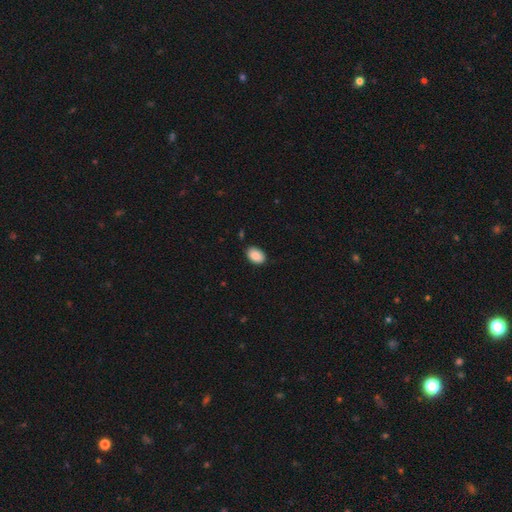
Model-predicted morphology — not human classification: smooth-or-featured: smooth: 90% | star or artifact: 7% | featured or disk: 3%
  how-rounded: in between: 89% | round: 10% | cigar-shaped: 1%
  merging: none: 86% | minor disturbance: 11% | major disturbance: 2% | merger: 1%